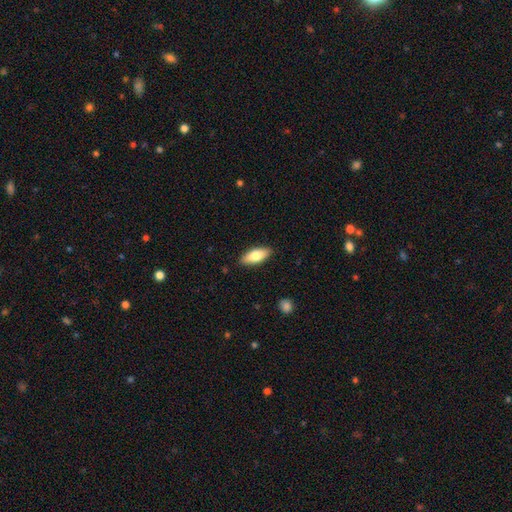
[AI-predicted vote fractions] Smooth or featured? Predicted: smooth (p=0.76). How rounded? Predicted: in between (p=0.81). Merging? Predicted: none (p=0.89).